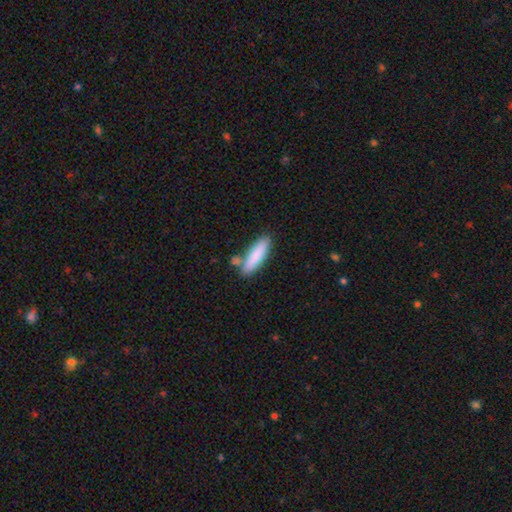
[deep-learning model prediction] Smooth or featured?
  - smooth: 84% *
  - featured or disk: 10%
  - star or artifact: 6%
How rounded?
  - cigar-shaped: 64% *
  - in between: 35%
  - round: 2%
Merging?
  - none: 70% *
  - minor disturbance: 15%
  - merger: 12%
  - major disturbance: 4%